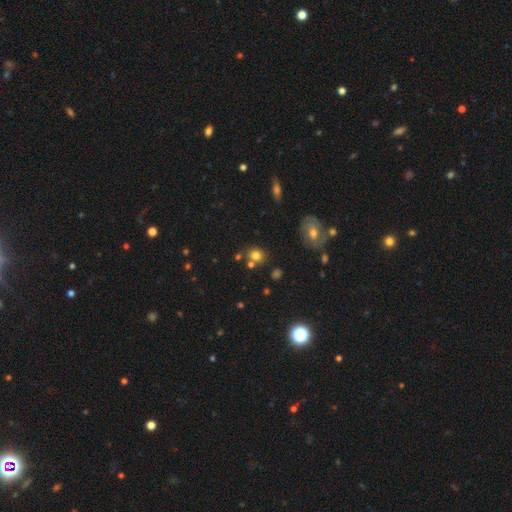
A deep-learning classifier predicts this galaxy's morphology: A smooth galaxy with no disk features (75%) that is round (74%).

Vote fractions:
- Smooth or featured? smooth: 75% / star or artifact: 16% / featured or disk: 9%
- How rounded? round: 74% / in between: 25% / cigar-shaped: 1%
- Merging? none: 67% / merger: 18% / minor disturbance: 11% / major disturbance: 4%